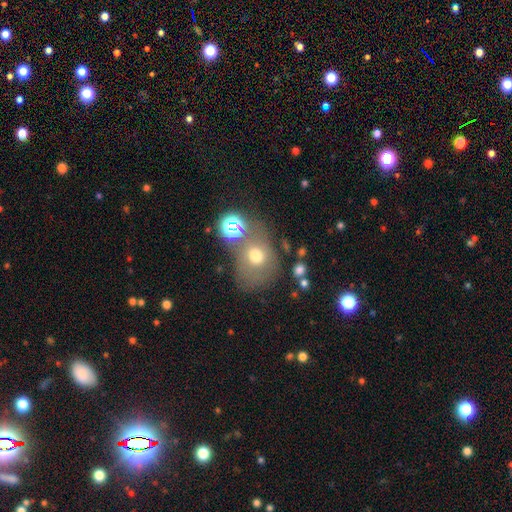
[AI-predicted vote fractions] Morphology: type=smooth (63%); roundness=round (55%); merging=none (47%).